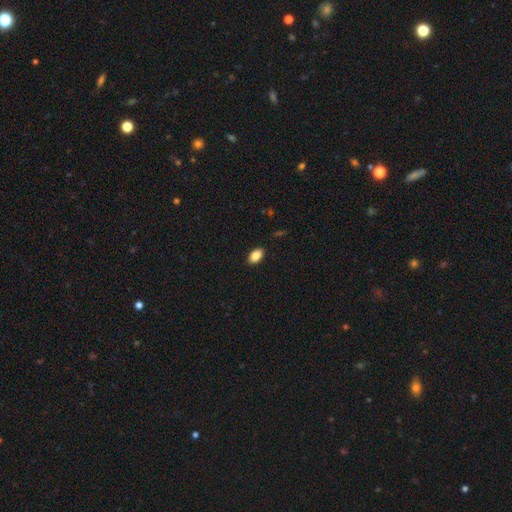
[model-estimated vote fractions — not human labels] smooth_or_featured: smooth (p=0.88) [alt: star or artifact p=0.08]
how_rounded: in between (p=0.91) [alt: round p=0.07]
merging: none (p=0.89) [alt: minor disturbance p=0.08]